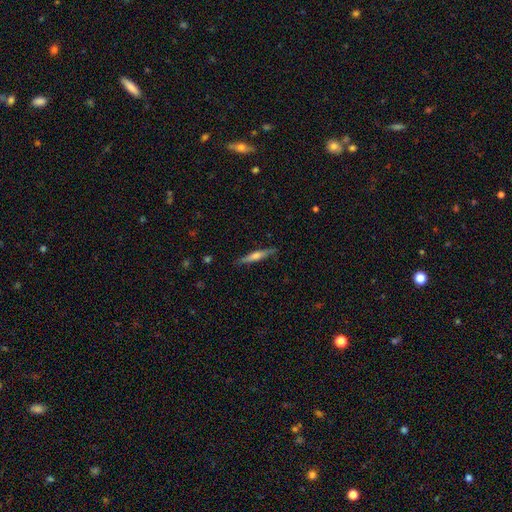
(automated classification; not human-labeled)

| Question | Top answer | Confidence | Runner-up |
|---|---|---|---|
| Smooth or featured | featured or disk | 55% | smooth (39%) |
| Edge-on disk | yes | 95% | no (5%) |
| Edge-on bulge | rounded | 77% | none (14%) |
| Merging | none | 87% | minor disturbance (10%) |